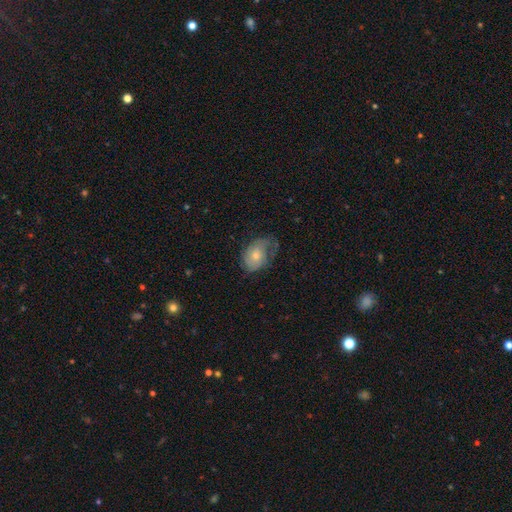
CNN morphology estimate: The model was most divided on "merging": none: 38%, minor disturbance: 33%, major disturbance: 27%, merger: 2%. More confident: how rounded — in between (77%); smooth or featured — smooth (54%).